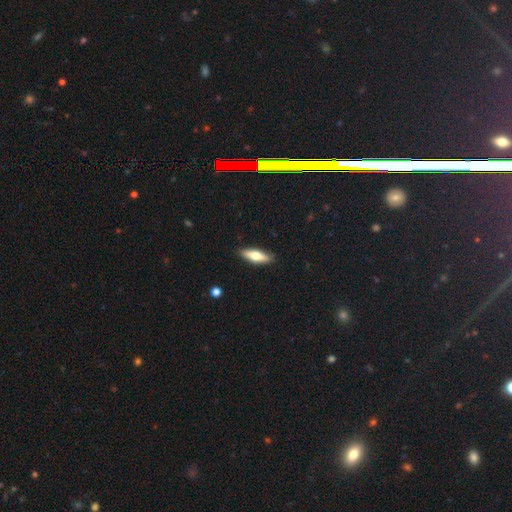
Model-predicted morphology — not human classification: The model was most divided on "how rounded": cigar-shaped: 57%, in between: 40%, round: 2%. More confident: merging — none (89%); smooth or featured — smooth (60%).